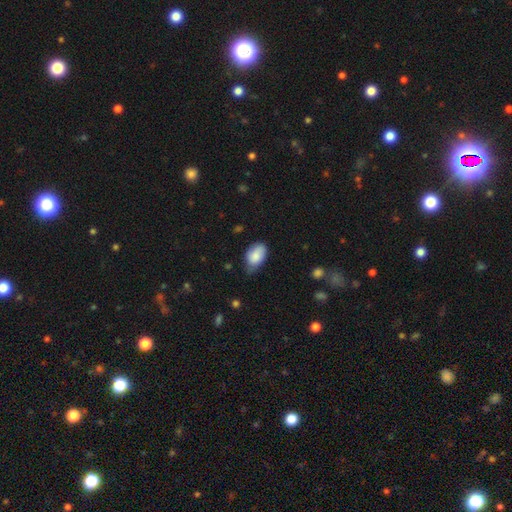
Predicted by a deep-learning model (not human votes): Q: Smooth or featured?
A: smooth (83%); runner-up: featured or disk (10%)
Q: How rounded?
A: in between (90%); runner-up: round (8%)
Q: Merging?
A: none (50%); runner-up: minor disturbance (41%)